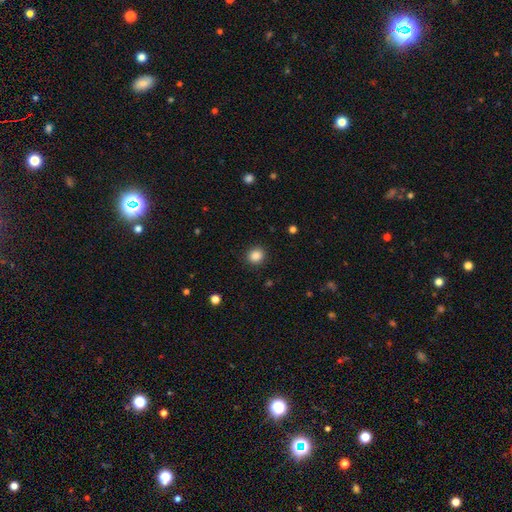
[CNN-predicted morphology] type=smooth (87%); roundness=round (83%); merging=none (90%).